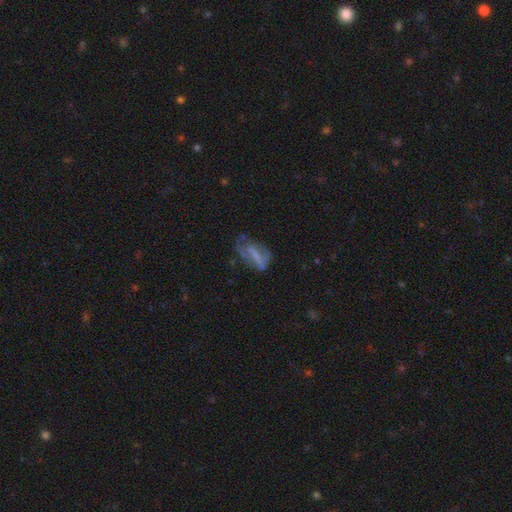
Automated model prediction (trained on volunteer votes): Q: Smooth or featured?
A: featured or disk (50%); runner-up: smooth (39%)
Q: Edge-on disk?
A: no (90%); runner-up: yes (10%)
Q: Merging?
A: none (37%); runner-up: major disturbance (32%)